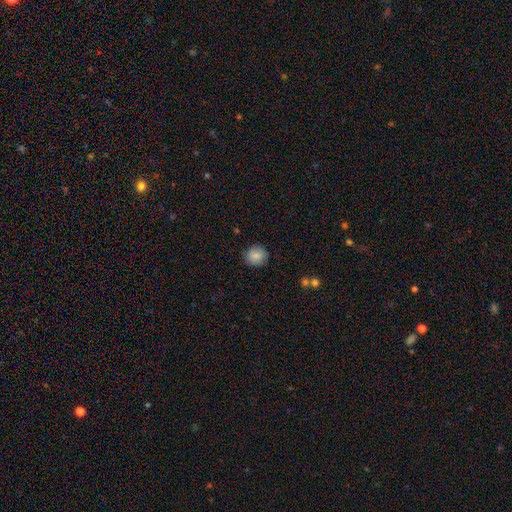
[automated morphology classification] Overall: smooth (85%). How rounded: round (85%). Merging: none (86%).